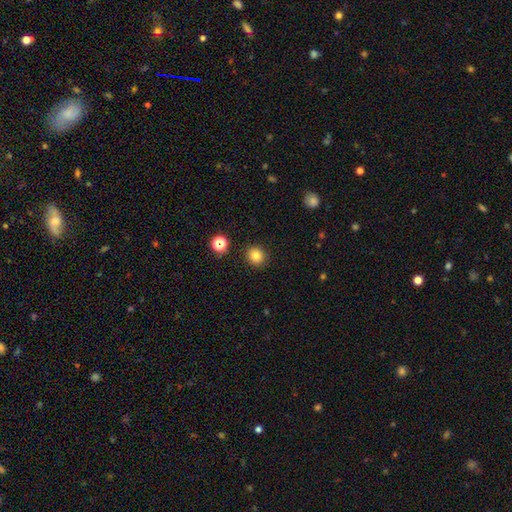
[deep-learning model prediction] smooth_or_featured: smooth (p=0.81) [alt: star or artifact p=0.13]
how_rounded: round (p=0.87) [alt: in between p=0.12]
merging: none (p=0.90) [alt: minor disturbance p=0.06]